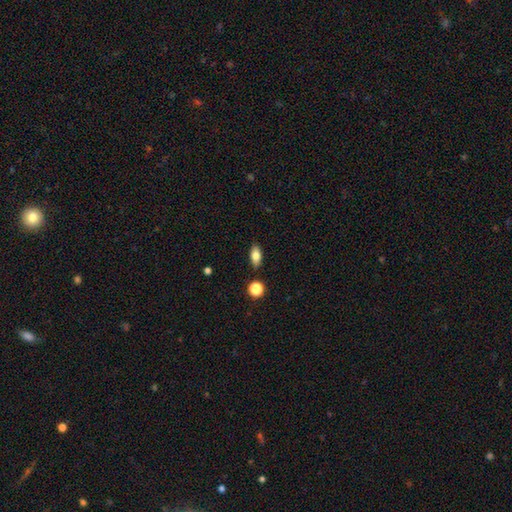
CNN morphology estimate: type=smooth (78%); roundness=in between (84%); merging=none (87%).